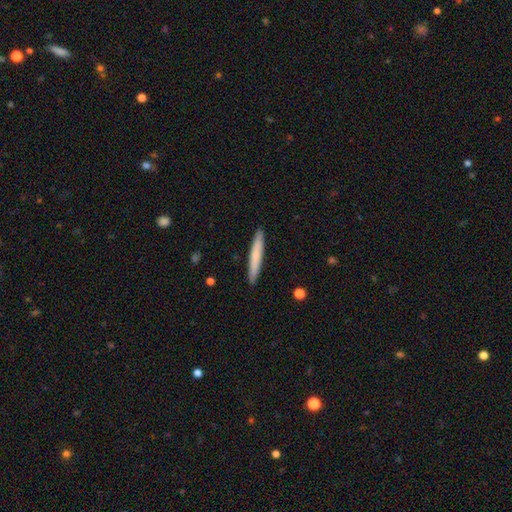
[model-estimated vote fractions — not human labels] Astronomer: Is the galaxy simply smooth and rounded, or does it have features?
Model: smooth — 70%.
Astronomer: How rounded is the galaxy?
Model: cigar-shaped — 96%.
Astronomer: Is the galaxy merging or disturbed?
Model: none — 92%.